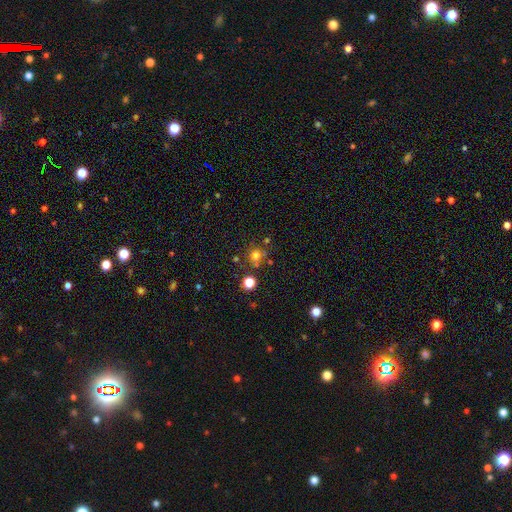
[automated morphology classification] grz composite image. It shows a smooth galaxy with no disk features (70%) that is round (89%). Merging: none (73%).